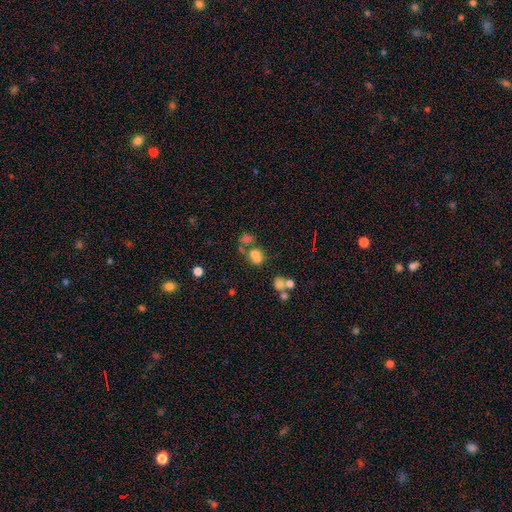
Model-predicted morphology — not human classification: The model was most divided on "merging": merger: 45%, none: 31%, minor disturbance: 12%, major disturbance: 11%. More confident: smooth or featured — smooth (64%); how rounded — in between (58%).